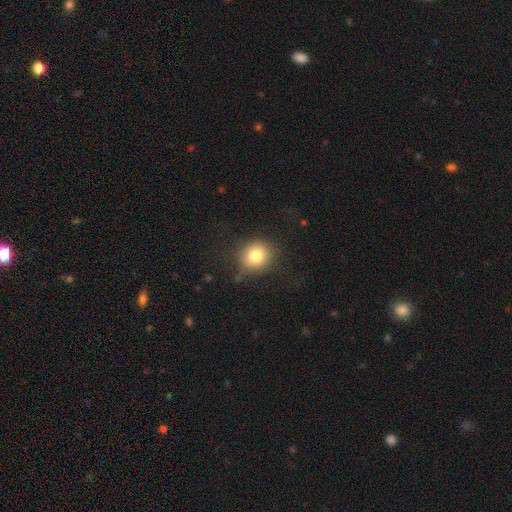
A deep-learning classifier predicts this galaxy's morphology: Smooth or featured? smooth (79%)
How rounded? round (85%)
Merging? none (79%)